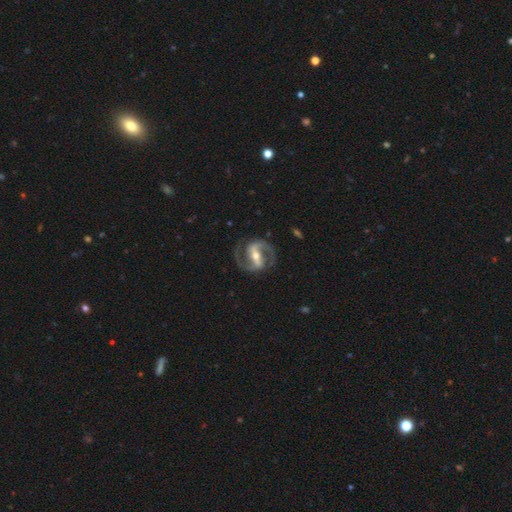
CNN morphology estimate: A featured or disk galaxy (93%) with a strong bar (69%), 2 (94%) medium (62%) spiral arms (97%) and a moderate central bulge (60%).

Vote fractions:
- Smooth or featured? featured or disk: 93% / smooth: 3% / star or artifact: 3%
- Edge-on disk? no: 97% / yes: 3%
- Bar? strong: 69% / weak: 23% / no: 9%
- Spiral arms? yes: 97% / no: 3%
- Spiral winding? medium: 62% / tight: 25% / loose: 13%
- Spiral arm count? 2: 94% / can't tell: 2% / 1: 1% / 3: 1% / 4: 1% / more than 4: 1%
- Bulge size? moderate: 60% / small: 35% / large: 3% / none: 1% / dominant: 1%
- Merging? none: 84% / minor disturbance: 10% / major disturbance: 5% / merger: 1%